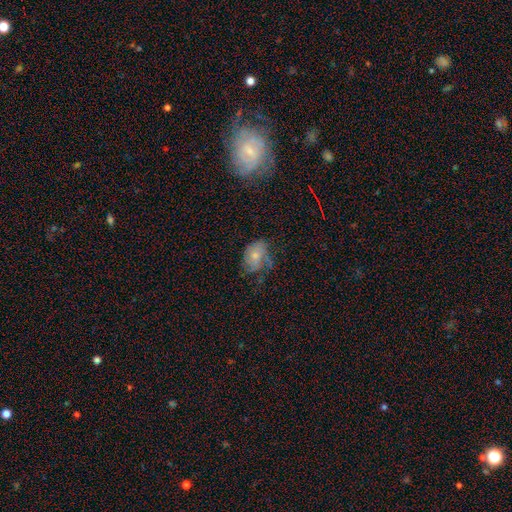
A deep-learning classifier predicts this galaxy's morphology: This is possibly a smooth galaxy (55%). How rounded: likely in between (73%). Merging: marginally none (41%).